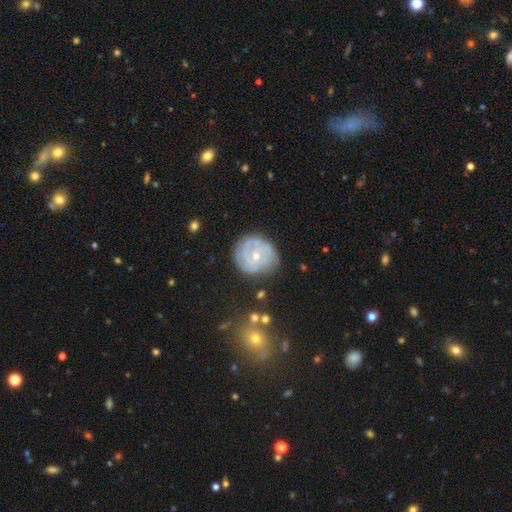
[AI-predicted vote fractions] featured or disk 77%, smooth 16%, star or artifact 7%. Down the decision tree: edge-on disk — no (98%); bar — no (66%); spiral arms — yes (90%); spiral arm count — can't tell (30%); spiral winding — tight (66%); bulge size — small (57%); merging — none (75%).